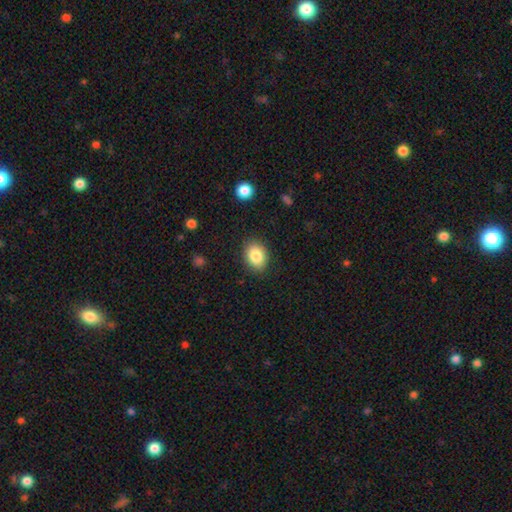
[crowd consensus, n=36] A smooth galaxy with no disk features (89%) that is in between round and cigar-shaped (59%).

Vote fractions:
- Smooth or featured? smooth: 89% / featured or disk: 11% / star or artifact: 0%
- How rounded? in between: 59% / round: 41% / cigar-shaped: 0%
- Merging? none: 89% / minor disturbance: 6% / major disturbance: 3% / merger: 3%